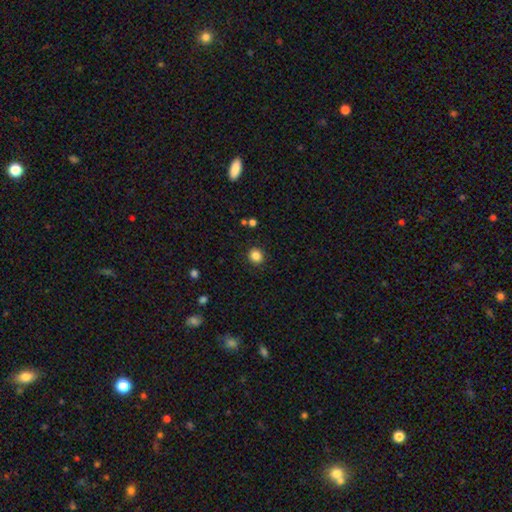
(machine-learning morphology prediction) Smooth or featured? Predicted: smooth (p=0.85). How rounded? Predicted: round (p=0.84). Merging? Predicted: none (p=0.91).